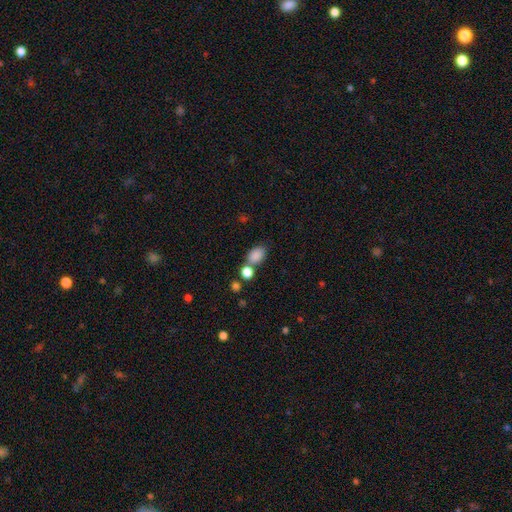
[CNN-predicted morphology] Q: Smooth or featured?
A: smooth (85%); runner-up: star or artifact (10%)
Q: How rounded?
A: in between (80%); runner-up: round (18%)
Q: Merging?
A: none (56%); runner-up: merger (26%)